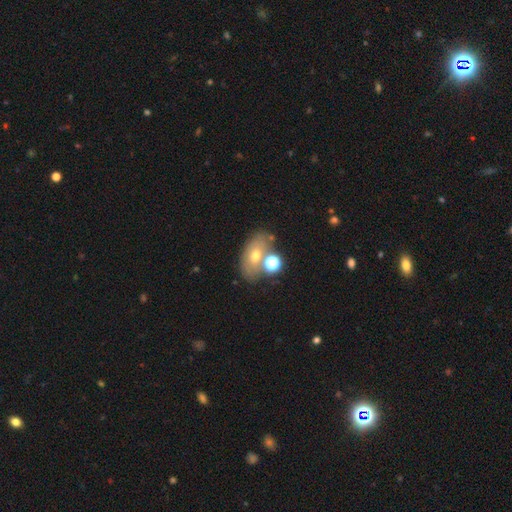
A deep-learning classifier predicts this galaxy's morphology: A smooth galaxy with no disk features (57%) that is in between round and cigar-shaped (81%). Merging: none (58%).